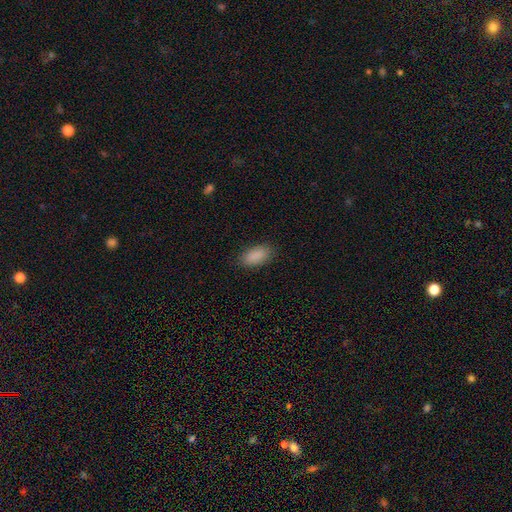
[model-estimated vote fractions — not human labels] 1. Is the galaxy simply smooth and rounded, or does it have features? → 90% smooth, 7% star or artifact, 3% featured or disk.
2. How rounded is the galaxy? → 92% in between, 5% cigar-shaped, 3% round.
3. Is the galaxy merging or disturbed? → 86% none, 10% minor disturbance, 3% major disturbance, 1% merger.